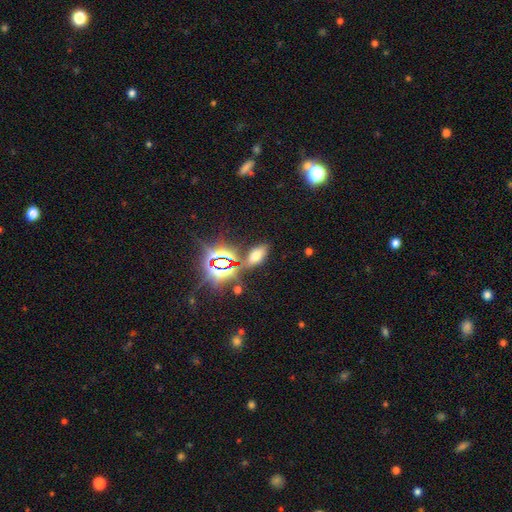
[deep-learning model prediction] Smooth or featured: smooth — 51% (star or artifact — 37%)
How rounded: in between — 84% (cigar-shaped — 9%)
Merging: none — 79% (minor disturbance — 11%)